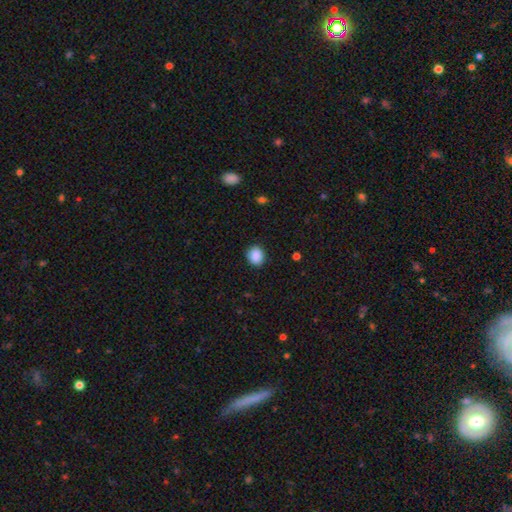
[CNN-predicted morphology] Q: Smooth or featured?
A: smooth (89%); runner-up: star or artifact (8%)
Q: How rounded?
A: round (65%); runner-up: in between (35%)
Q: Merging?
A: none (86%); runner-up: minor disturbance (10%)